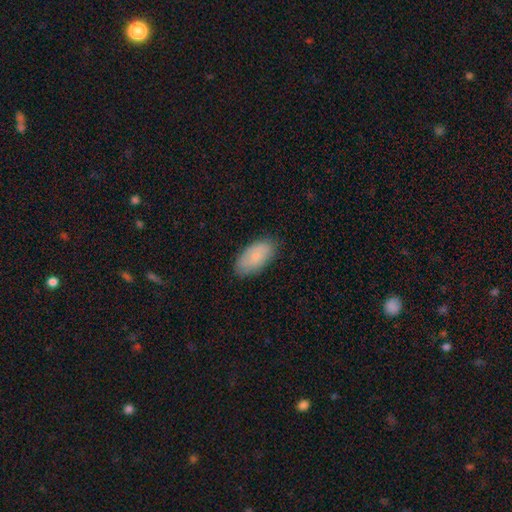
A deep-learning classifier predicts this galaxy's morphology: smooth_or_featured: smooth (p=0.81) [alt: featured or disk p=0.12]
how_rounded: in between (p=0.94) [alt: cigar-shaped p=0.04]
merging: none (p=0.83) [alt: minor disturbance p=0.13]